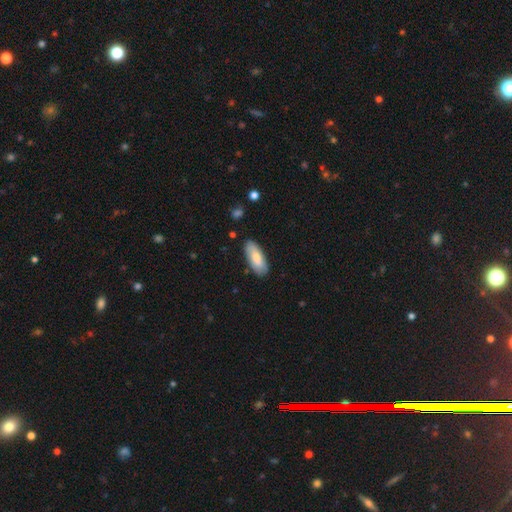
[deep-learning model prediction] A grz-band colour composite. It shows a smooth galaxy with no disk features (73%) that is in between round and cigar-shaped (80%). Merging: none (84%).